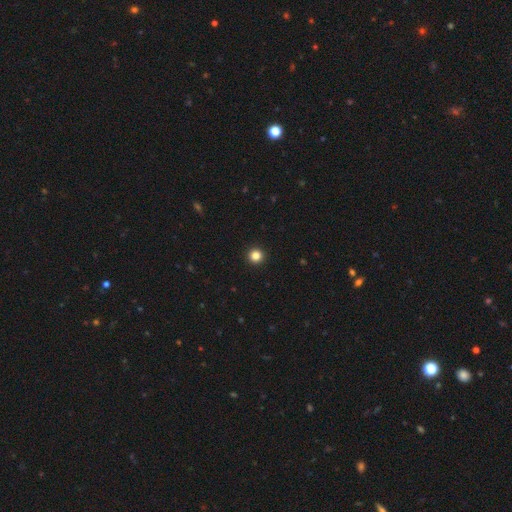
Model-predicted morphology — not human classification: Q: Smooth or featured?
A: smooth (84%); runner-up: star or artifact (12%)
Q: How rounded?
A: round (96%); runner-up: in between (3%)
Q: Merging?
A: none (94%); runner-up: minor disturbance (3%)